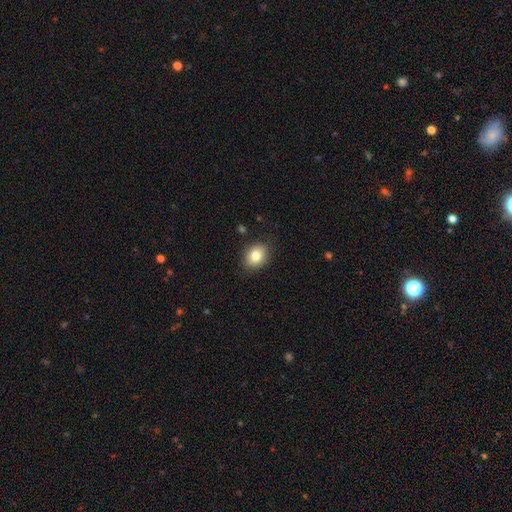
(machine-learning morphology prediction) smooth_or_featured: smooth (p=0.82) [alt: featured or disk p=0.09]
how_rounded: in between (p=0.51) [alt: round p=0.48]
merging: none (p=0.84) [alt: minor disturbance p=0.12]